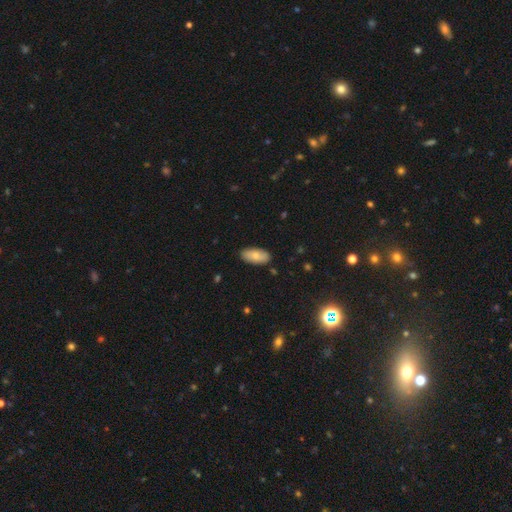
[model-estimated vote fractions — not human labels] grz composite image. It shows a smooth galaxy with no disk features (76%) that is in between round and cigar-shaped (91%). Merging: none (85%).